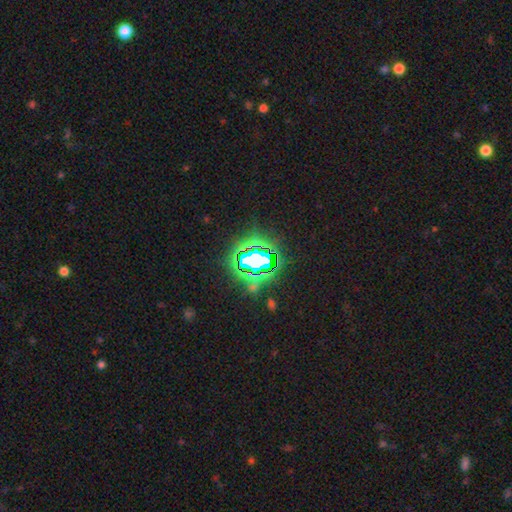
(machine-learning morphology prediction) star or artifact 75%, smooth 13%, featured or disk 12%.